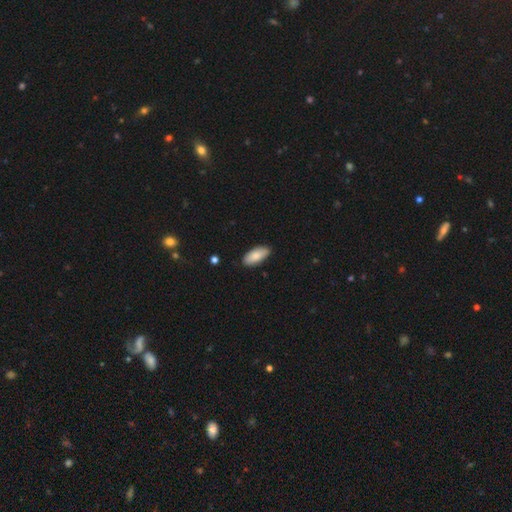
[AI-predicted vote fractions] This appears to be a smooth galaxy with no disk features (85%) that is in between round and cigar-shaped (89%). Merging: none (87%).